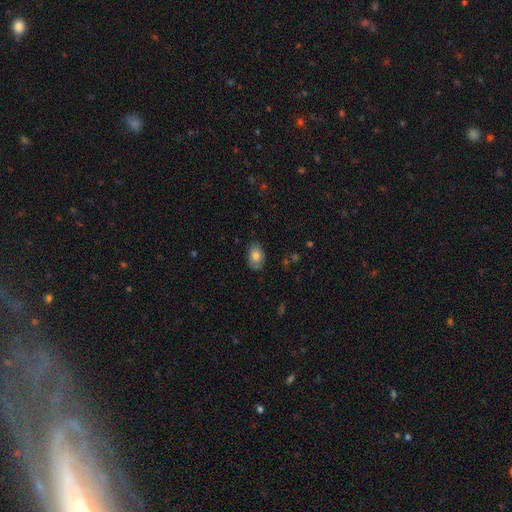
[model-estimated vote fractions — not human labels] smooth_or_featured: smooth (p=0.79) [alt: featured or disk p=0.14]
how_rounded: in between (p=0.81) [alt: round p=0.18]
merging: none (p=0.80) [alt: minor disturbance p=0.16]